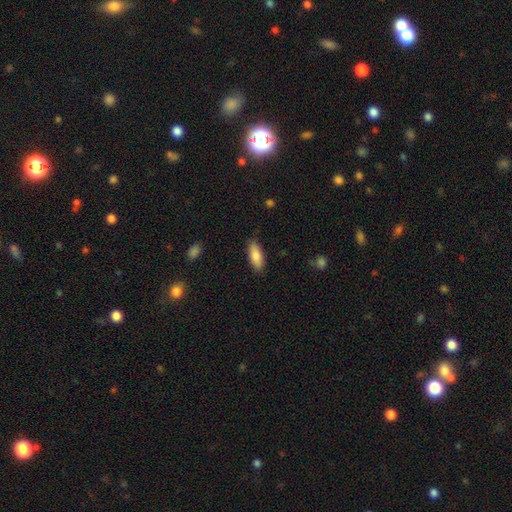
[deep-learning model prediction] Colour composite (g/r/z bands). It shows a smooth galaxy with no disk features (84%) that is in between round and cigar-shaped (74%). Merging: none (85%).